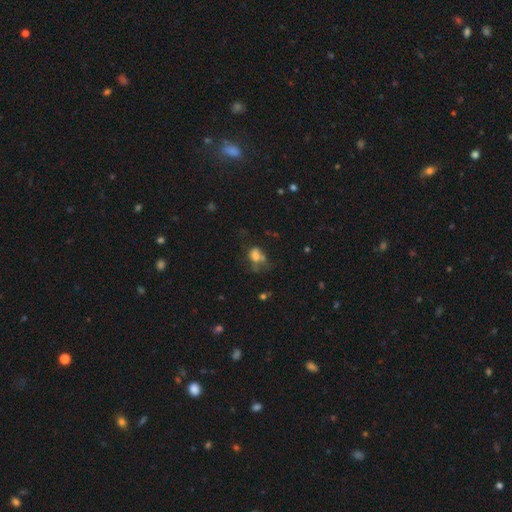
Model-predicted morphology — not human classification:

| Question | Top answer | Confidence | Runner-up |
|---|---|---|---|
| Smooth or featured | smooth | 62% | featured or disk (22%) |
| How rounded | in between | 69% | round (29%) |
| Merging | major disturbance | 30% | none (29%) |